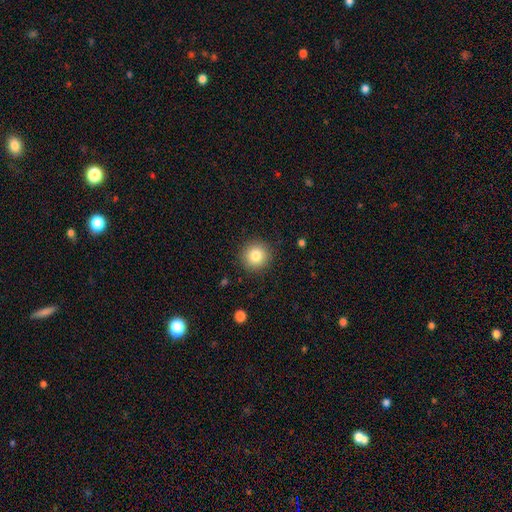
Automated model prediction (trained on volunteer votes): Smooth or featured? Predicted: smooth (p=0.82). How rounded? Predicted: round (p=0.94). Merging? Predicted: none (p=0.90).